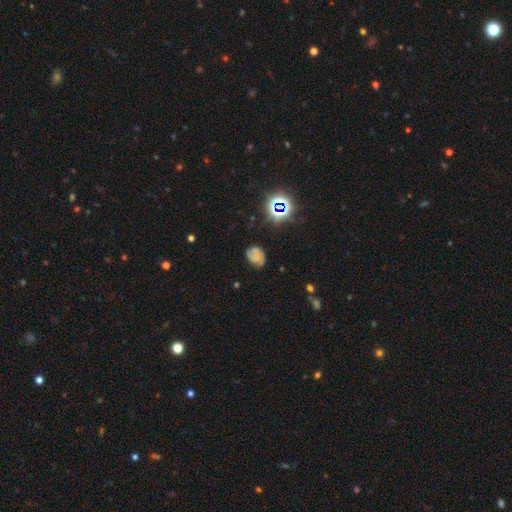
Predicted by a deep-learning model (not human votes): Smooth or featured? Predicted: smooth (p=0.44). Merging? Predicted: none (p=0.63).